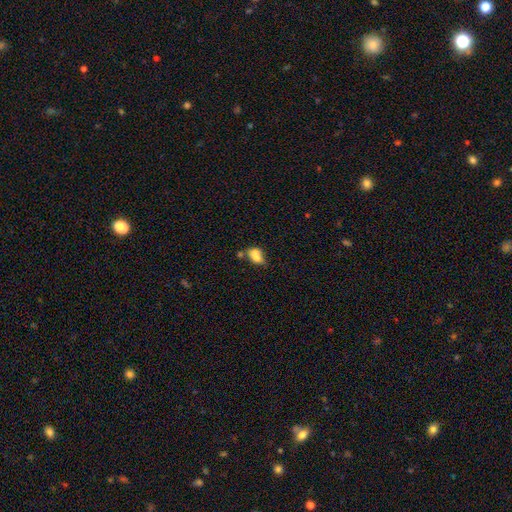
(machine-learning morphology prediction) smooth 74%, featured or disk 16%, star or artifact 10%. Down the decision tree: how rounded — in between (81%); merging — merger (34%).